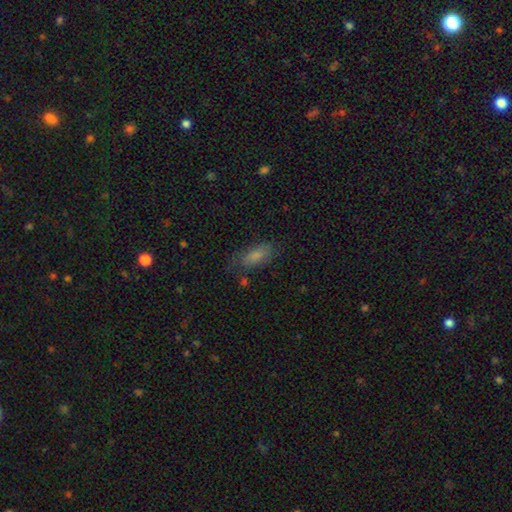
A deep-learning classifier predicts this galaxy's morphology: smooth_or_featured: smooth (p=0.78) [alt: featured or disk p=0.13]
how_rounded: in between (p=0.82) [alt: cigar-shaped p=0.15]
merging: none (p=0.66) [alt: minor disturbance p=0.23]